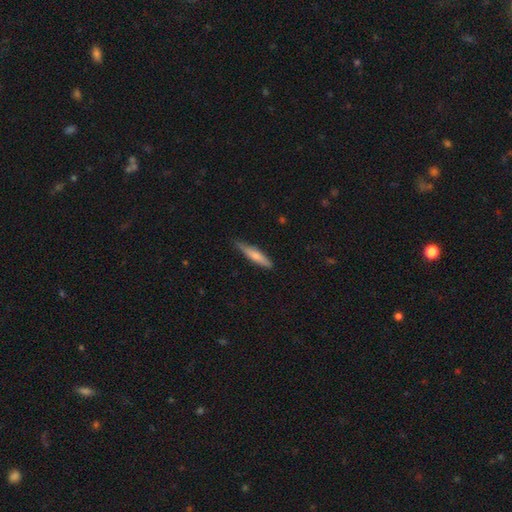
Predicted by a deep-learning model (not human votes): smooth_or_featured: smooth (p=0.66) [alt: featured or disk p=0.28]
how_rounded: cigar-shaped (p=0.87) [alt: in between p=0.12]
merging: none (p=0.79) [alt: minor disturbance p=0.17]